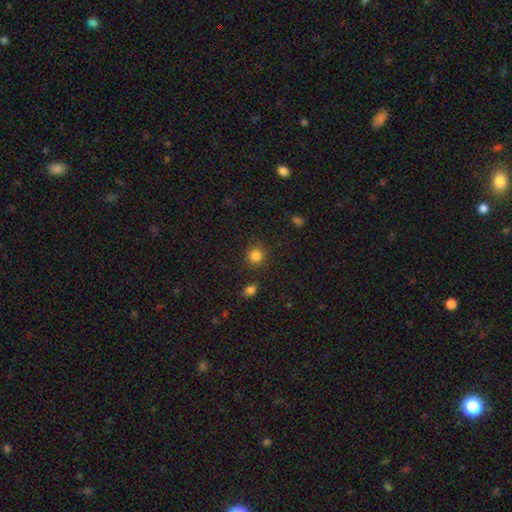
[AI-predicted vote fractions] Overall: smooth (84%). How rounded: round (91%). Merging: none (87%).